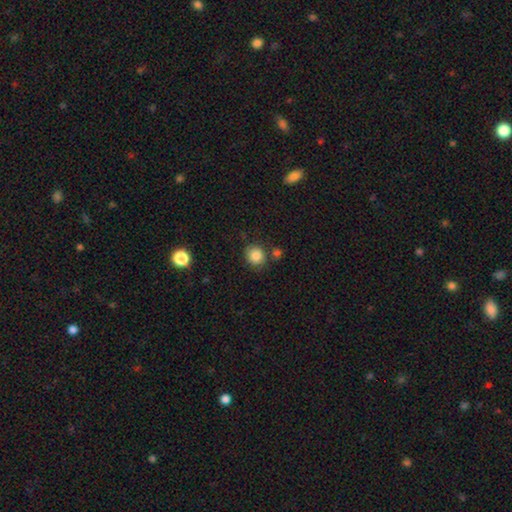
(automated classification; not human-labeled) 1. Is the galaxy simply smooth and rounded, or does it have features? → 85% smooth, 10% star or artifact, 5% featured or disk.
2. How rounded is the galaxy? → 81% round, 18% in between, 1% cigar-shaped.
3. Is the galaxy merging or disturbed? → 76% none, 12% minor disturbance, 9% merger, 3% major disturbance.